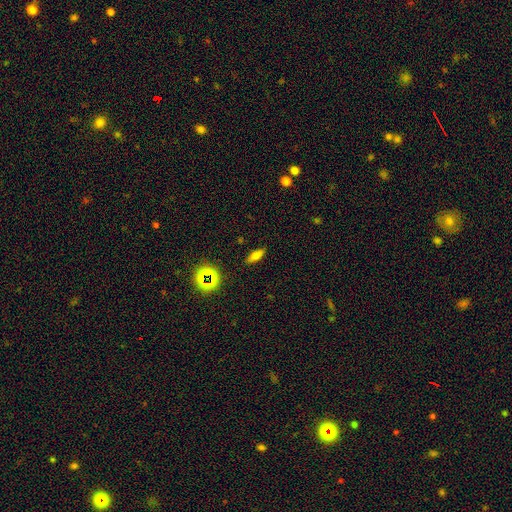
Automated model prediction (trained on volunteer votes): Q: Smooth or featured?
A: smooth (63%); runner-up: featured or disk (21%)
Q: How rounded?
A: in between (61%); runner-up: cigar-shaped (33%)
Q: Merging?
A: none (87%); runner-up: minor disturbance (9%)